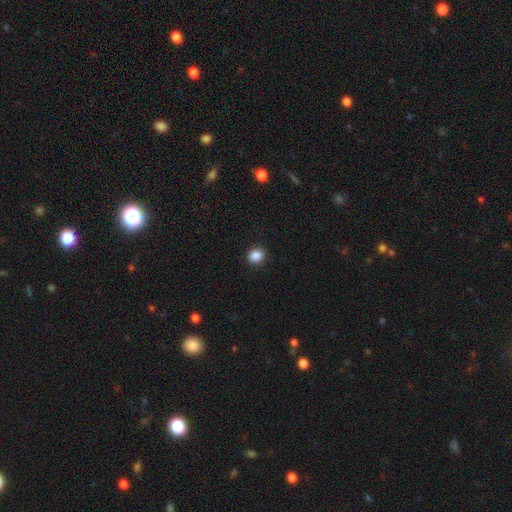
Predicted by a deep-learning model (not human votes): Smooth or featured?
  - smooth: 87% *
  - star or artifact: 10%
  - featured or disk: 3%
How rounded?
  - round: 84% *
  - in between: 15%
  - cigar-shaped: 1%
Merging?
  - none: 91% *
  - minor disturbance: 6%
  - major disturbance: 2%
  - merger: 1%